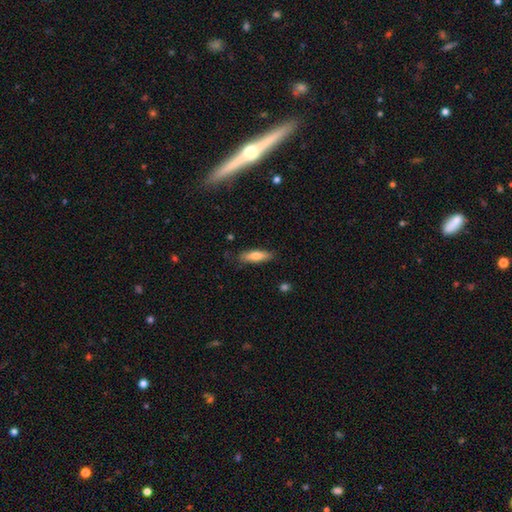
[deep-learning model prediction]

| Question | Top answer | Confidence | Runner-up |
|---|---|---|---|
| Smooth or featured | smooth | 74% | featured or disk (20%) |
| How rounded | cigar-shaped | 57% | in between (41%) |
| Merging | none | 83% | minor disturbance (13%) |